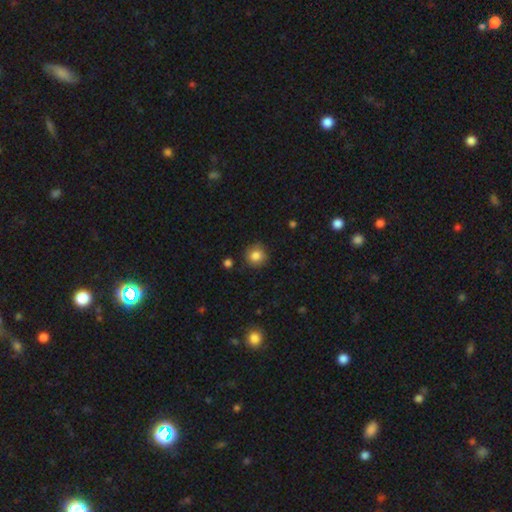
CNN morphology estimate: This is clearly a smooth galaxy (83%). How rounded: clearly round (89%). Merging: clearly none (85%).